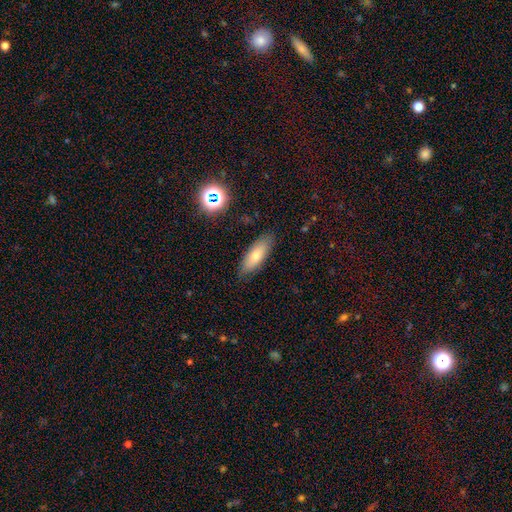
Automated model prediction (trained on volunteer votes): Q: Smooth or featured?
A: smooth (72%); runner-up: featured or disk (19%)
Q: How rounded?
A: in between (63%); runner-up: cigar-shaped (35%)
Q: Merging?
A: none (84%); runner-up: minor disturbance (12%)